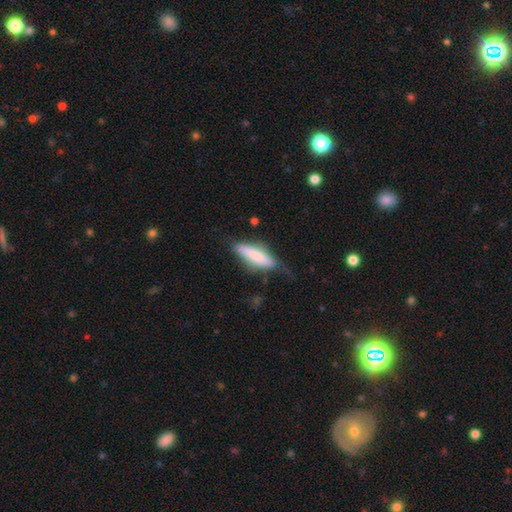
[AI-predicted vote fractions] Smooth or featured?
  - smooth: 72% *
  - featured or disk: 22%
  - star or artifact: 6%
How rounded?
  - cigar-shaped: 56% *
  - in between: 43%
  - round: 2%
Merging?
  - none: 49% *
  - minor disturbance: 32%
  - major disturbance: 15%
  - merger: 3%